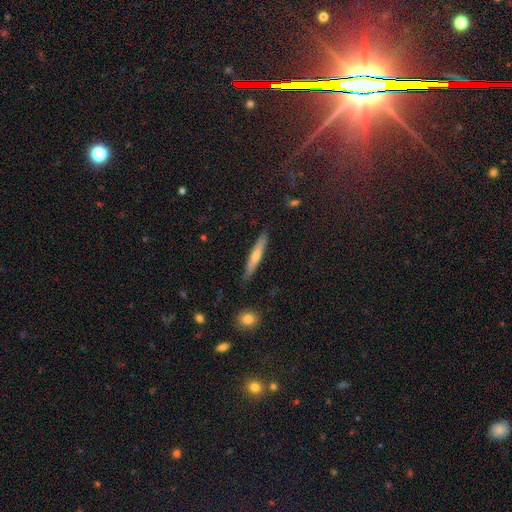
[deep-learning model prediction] Smooth or featured?
  - featured or disk: 47% *
  - smooth: 46%
  - star or artifact: 7%
Merging?
  - none: 88% *
  - minor disturbance: 9%
  - major disturbance: 2%
  - merger: 1%